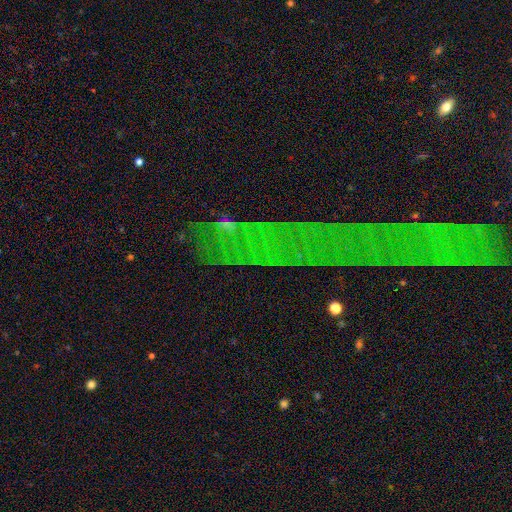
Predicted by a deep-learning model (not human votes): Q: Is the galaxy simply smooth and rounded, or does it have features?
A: star or artifact — 77%.